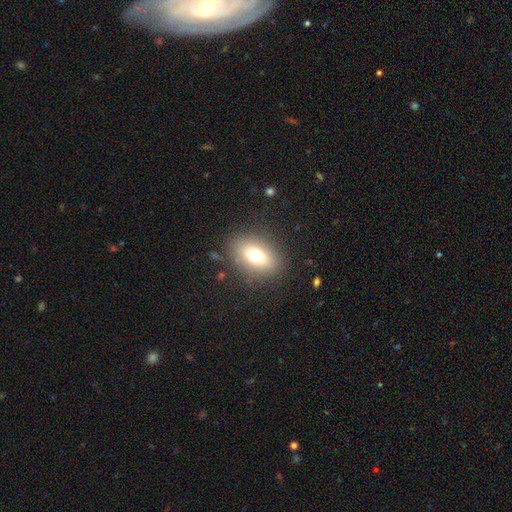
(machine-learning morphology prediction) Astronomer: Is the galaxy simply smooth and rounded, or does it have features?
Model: smooth — 70%.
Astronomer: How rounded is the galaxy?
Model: in between — 74%.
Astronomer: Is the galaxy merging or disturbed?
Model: none — 84%.